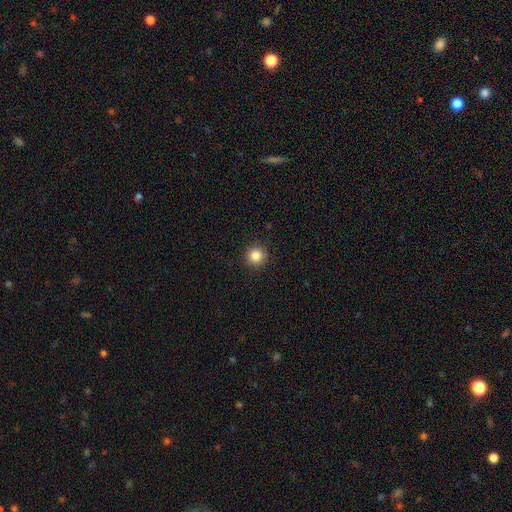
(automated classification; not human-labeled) The model was most divided on "smooth or featured": smooth: 84%, star or artifact: 11%, featured or disk: 5%. More confident: how rounded — round (95%); merging — none (92%).